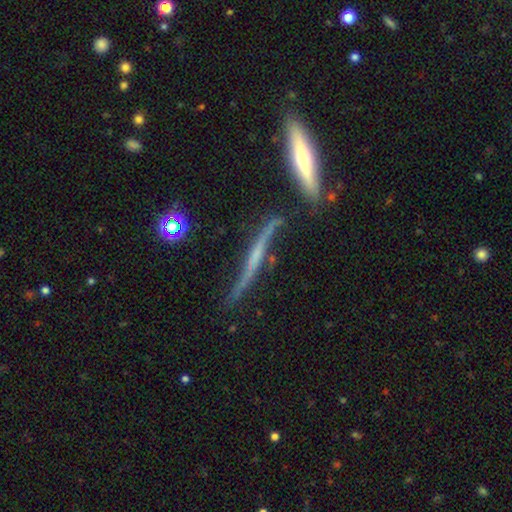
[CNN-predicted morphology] This appears to be a featured or disk galaxy (75%) viewed edge-on (87%) with no central bulge (49%). Merging: none (63%).